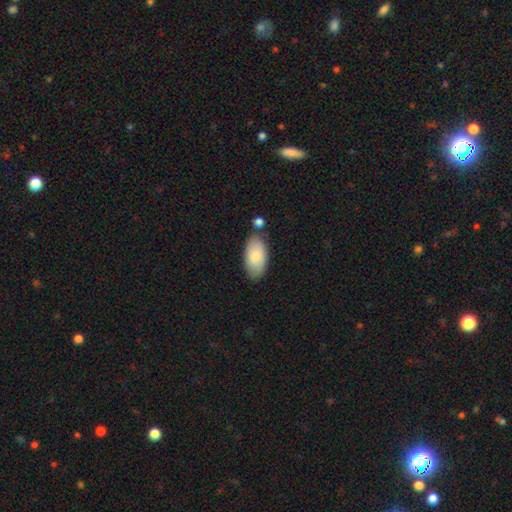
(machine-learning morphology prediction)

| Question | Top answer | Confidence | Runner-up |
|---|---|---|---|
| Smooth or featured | smooth | 79% | featured or disk (15%) |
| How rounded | in between | 95% | cigar-shaped (3%) |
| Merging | none | 73% | minor disturbance (16%) |